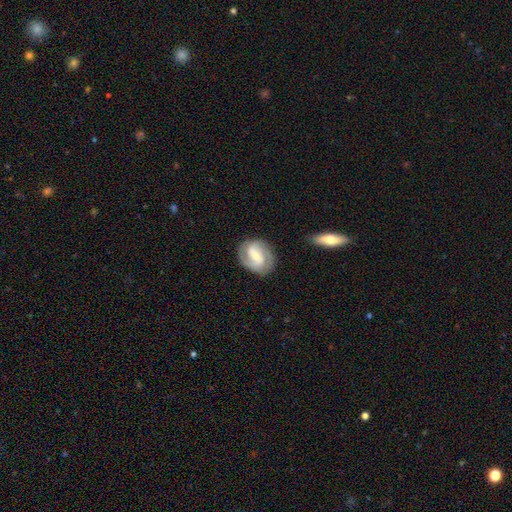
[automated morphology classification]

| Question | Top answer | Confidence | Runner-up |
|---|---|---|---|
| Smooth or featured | featured or disk | 78% | smooth (17%) |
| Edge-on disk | no | 98% | yes (2%) |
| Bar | weak | 47% | strong (33%) |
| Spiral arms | yes | 93% | no (7%) |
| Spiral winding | medium | 44% | tight (42%) |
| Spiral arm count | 2 | 79% | can't tell (9%) |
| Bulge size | small | 51% | moderate (36%) |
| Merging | none | 80% | minor disturbance (13%) |